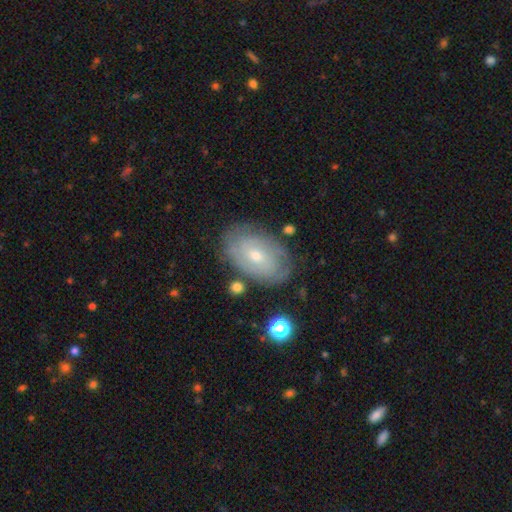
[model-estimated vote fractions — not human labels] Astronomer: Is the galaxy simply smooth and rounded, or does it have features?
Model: featured or disk — 68%.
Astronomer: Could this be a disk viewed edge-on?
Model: no — 94%.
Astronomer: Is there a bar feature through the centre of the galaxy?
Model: no — 58% (runner-up: weak, 36%).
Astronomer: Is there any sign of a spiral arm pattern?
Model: yes — 81%.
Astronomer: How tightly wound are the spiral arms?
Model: tight — 69%.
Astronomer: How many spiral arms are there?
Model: can't tell — 51% (runner-up: 2, 29%).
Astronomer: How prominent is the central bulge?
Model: small — 53% (runner-up: moderate, 44%).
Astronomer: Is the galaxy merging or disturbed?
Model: none — 76%.